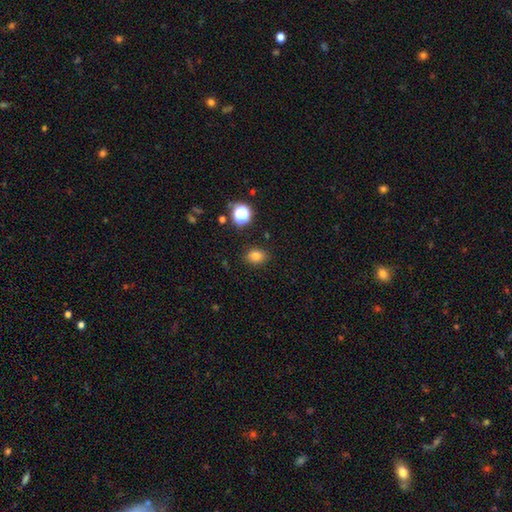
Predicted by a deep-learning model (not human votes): Smooth or featured? Predicted: smooth (p=0.79). How rounded? Predicted: in between (p=0.59). Merging? Predicted: none (p=0.85).